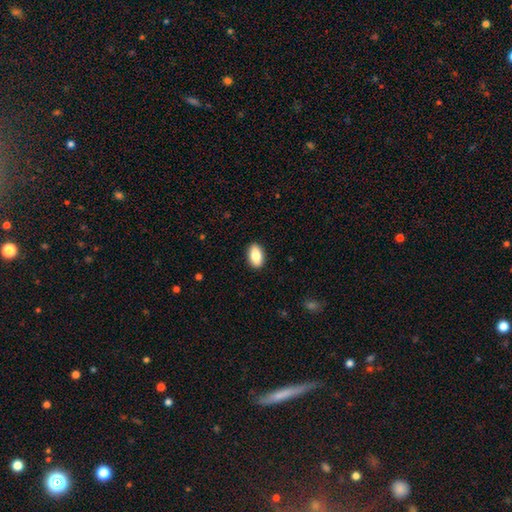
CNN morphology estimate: Smooth or featured? smooth (84%)
How rounded? in between (92%)
Merging? none (90%)